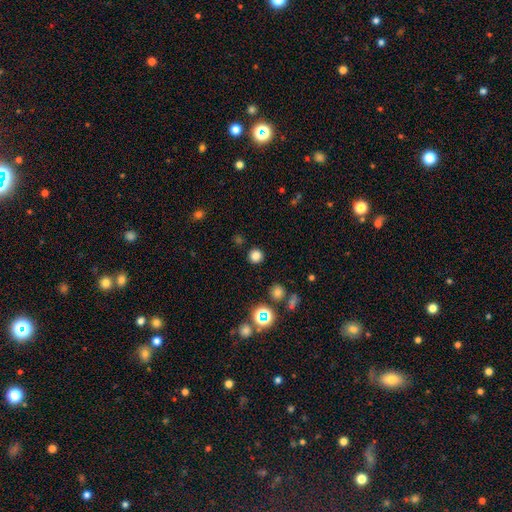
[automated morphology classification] A smooth galaxy with no disk features (79%) that is round (94%).

Vote fractions:
- Smooth or featured? smooth: 79% / star or artifact: 16% / featured or disk: 4%
- How rounded? round: 94% / in between: 5% / cigar-shaped: 1%
- Merging? none: 91% / minor disturbance: 5% / major disturbance: 2% / merger: 2%